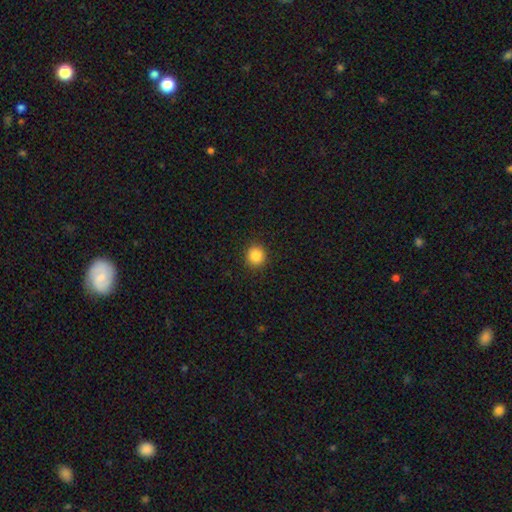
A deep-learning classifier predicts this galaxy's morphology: This is clearly a smooth galaxy (86%). How rounded: clearly round (92%). Merging: clearly none (91%).